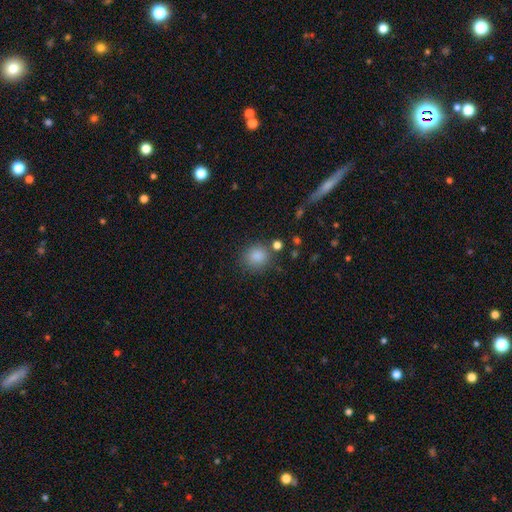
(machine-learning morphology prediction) This appears to be a smooth galaxy with no disk features (82%) that is round (86%). Merging: none (81%).